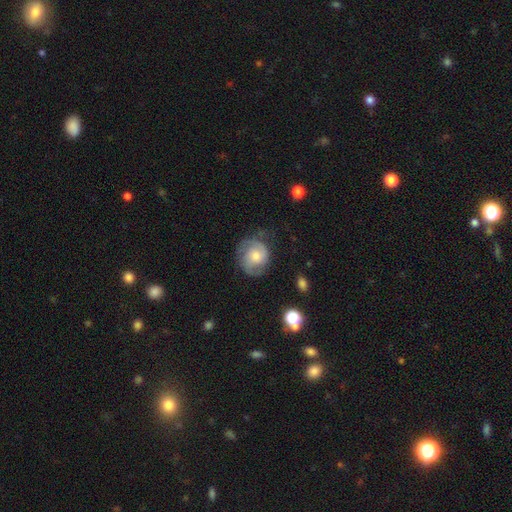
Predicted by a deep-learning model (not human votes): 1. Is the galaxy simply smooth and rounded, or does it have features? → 59% featured or disk, 34% smooth, 7% star or artifact.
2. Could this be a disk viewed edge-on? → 98% no, 2% yes.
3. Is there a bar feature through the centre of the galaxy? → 67% no, 28% weak, 4% strong.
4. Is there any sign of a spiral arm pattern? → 88% yes, 12% no.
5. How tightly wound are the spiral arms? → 42% tight (tied), 42% medium (tied), 16% loose.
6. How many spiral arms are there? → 67% 2, 17% can't tell, 8% 3, 5% 1, 2% 4, 2% more than 4.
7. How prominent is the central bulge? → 55% moderate, 28% small, 11% large, 4% none, 2% dominant.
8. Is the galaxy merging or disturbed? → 66% none, 22% minor disturbance, 10% major disturbance, 2% merger.